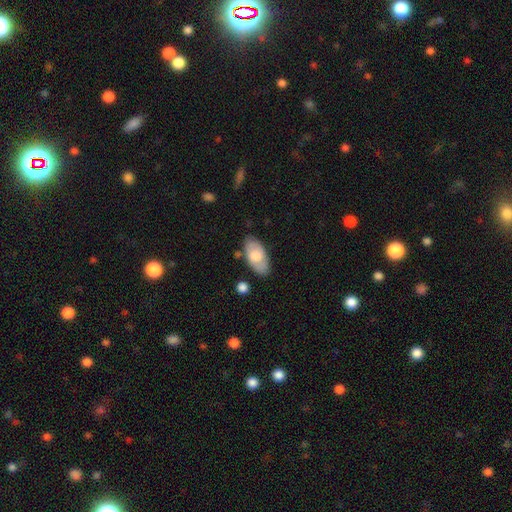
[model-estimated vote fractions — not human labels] Smooth or featured? Predicted: smooth (p=0.64). How rounded? Predicted: in between (p=0.93). Merging? Predicted: none (p=0.77).